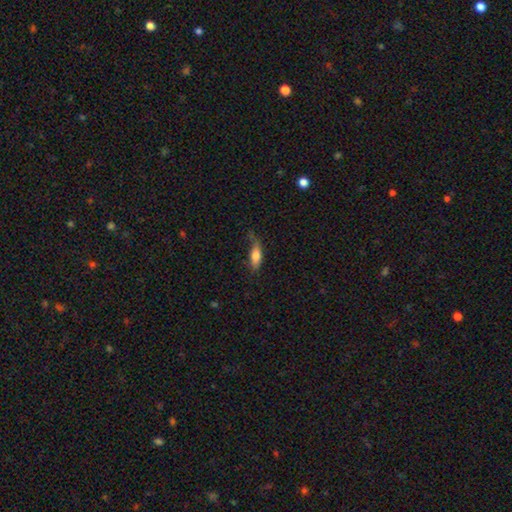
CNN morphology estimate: A smooth galaxy with no disk features (76%) that is in between round and cigar-shaped (63%).

Vote fractions:
- Smooth or featured? smooth: 76% / featured or disk: 17% / star or artifact: 7%
- How rounded? in between: 63% / cigar-shaped: 34% / round: 3%
- Merging? none: 55% / minor disturbance: 31% / major disturbance: 10% / merger: 3%